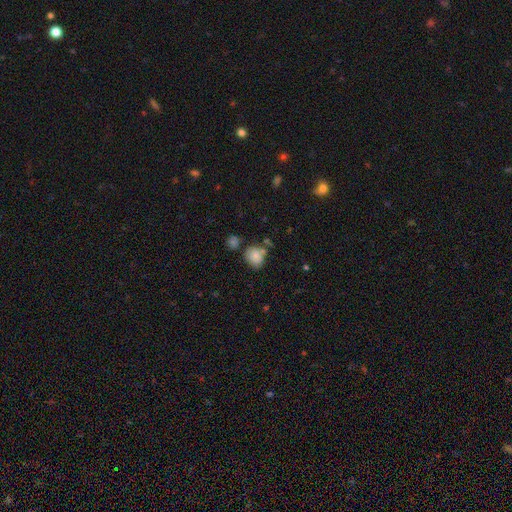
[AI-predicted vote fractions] This is clearly a smooth galaxy (82%). How rounded: likely round (63%). Merging: possibly none (58%).